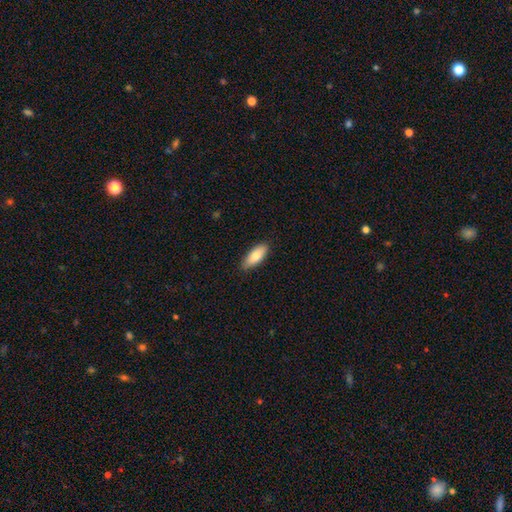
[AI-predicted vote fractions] smooth-or-featured: smooth: 80% | featured or disk: 14% | star or artifact: 6%
  how-rounded: in between: 77% | cigar-shaped: 21% | round: 2%
  merging: none: 86% | minor disturbance: 11% | major disturbance: 2% | merger: 1%